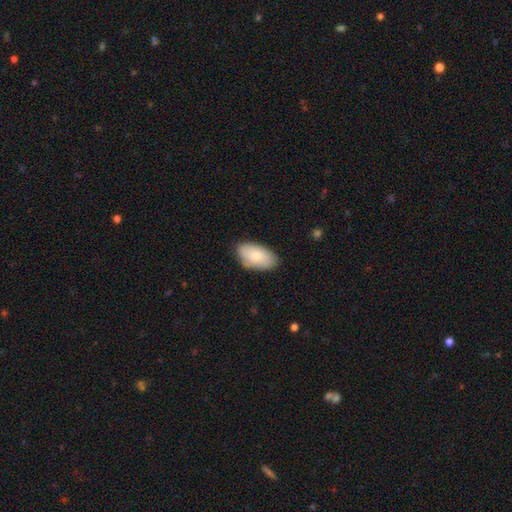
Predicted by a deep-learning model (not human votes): smooth 80%, featured or disk 14%, star or artifact 6%. Down the decision tree: how rounded — in between (95%); merging — none (80%).